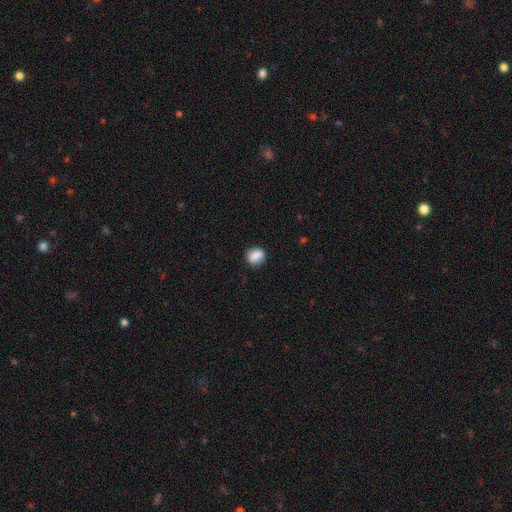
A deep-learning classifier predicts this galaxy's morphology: smooth 87%, star or artifact 8%, featured or disk 5%. Down the decision tree: how rounded — round (51%); merging — none (83%).